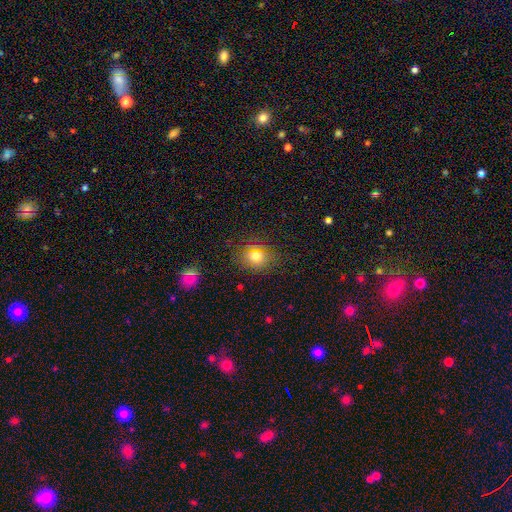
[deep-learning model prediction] Smooth or featured: smooth — 71% (star or artifact — 19%)
How rounded: round — 65% (in between — 33%)
Merging: none — 84% (minor disturbance — 11%)